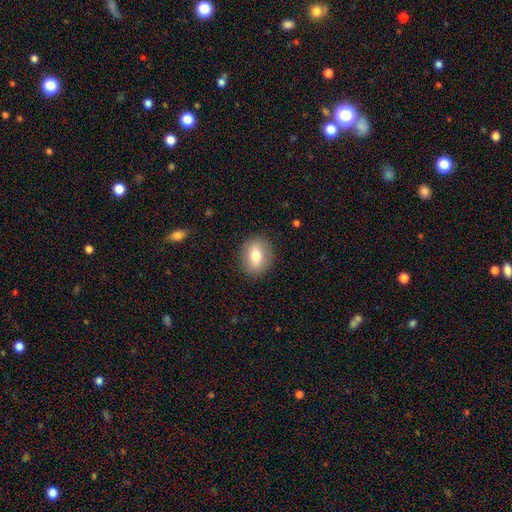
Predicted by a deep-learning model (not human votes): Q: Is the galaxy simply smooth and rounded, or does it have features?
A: smooth — 72%.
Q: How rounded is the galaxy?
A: round — 50%.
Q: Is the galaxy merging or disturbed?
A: none — 88%.